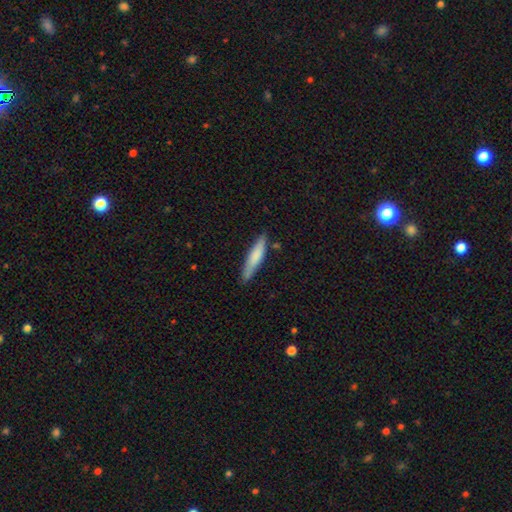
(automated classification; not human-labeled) Smooth or featured? smooth (75%)
How rounded? cigar-shaped (84%)
Merging? none (80%)